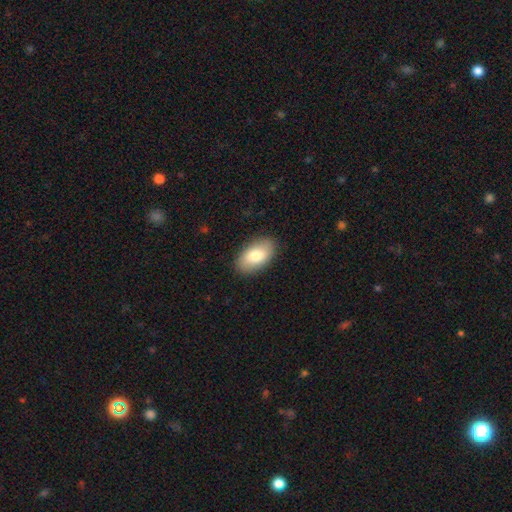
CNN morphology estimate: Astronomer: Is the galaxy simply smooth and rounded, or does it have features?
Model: smooth — 80%.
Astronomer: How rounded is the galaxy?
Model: in between — 94%.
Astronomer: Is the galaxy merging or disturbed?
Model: none — 88%.